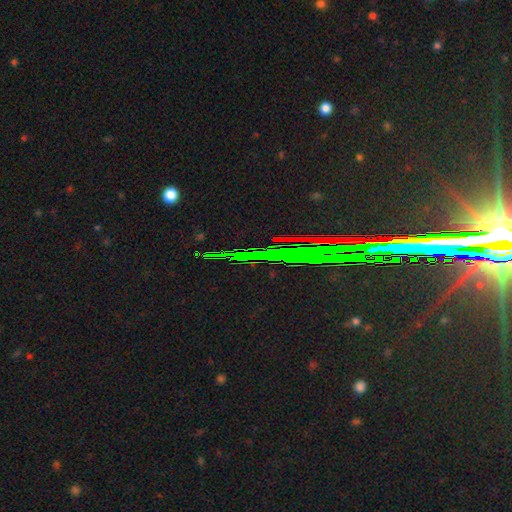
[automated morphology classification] This appears to be a star or artifact, not a galaxy (78%).